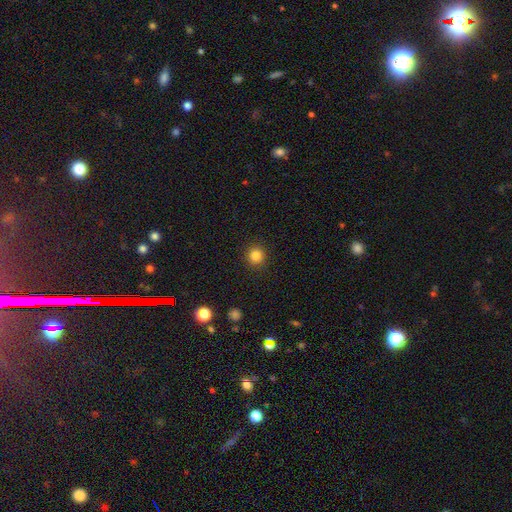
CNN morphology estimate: Overall: smooth (84%). How rounded: round (92%). Merging: none (91%).